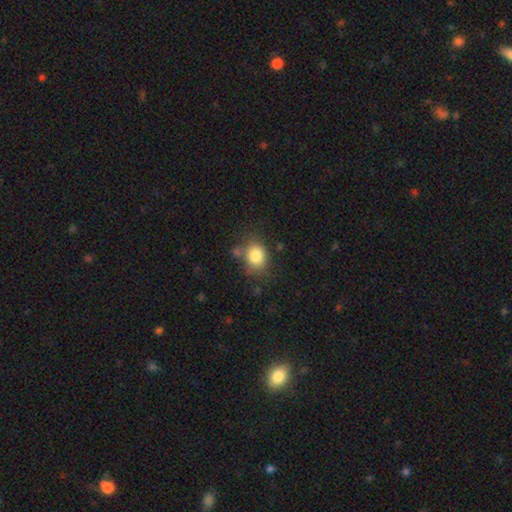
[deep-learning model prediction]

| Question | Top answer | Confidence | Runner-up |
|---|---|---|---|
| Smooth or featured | smooth | 83% | star or artifact (10%) |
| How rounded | round | 55% | in between (44%) |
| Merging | none | 65% | minor disturbance (19%) |